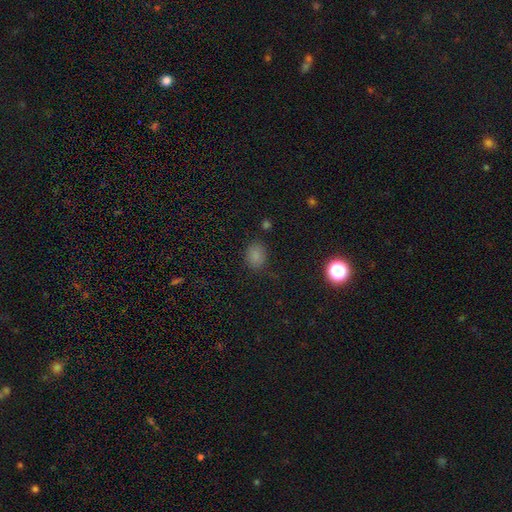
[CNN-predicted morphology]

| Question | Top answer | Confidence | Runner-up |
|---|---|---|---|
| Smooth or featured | smooth | 78% | star or artifact (17%) |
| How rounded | round | 52% | in between (47%) |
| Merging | none | 78% | minor disturbance (15%) |